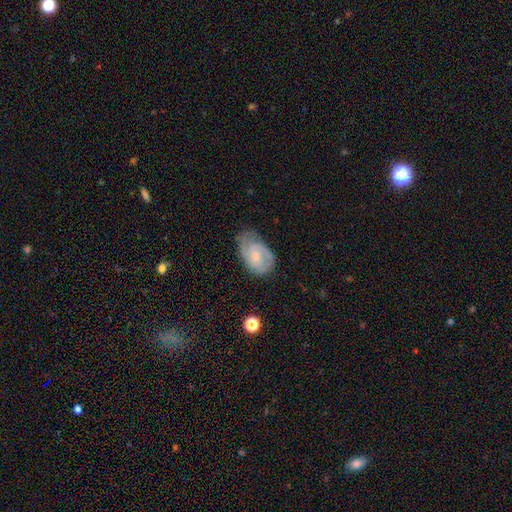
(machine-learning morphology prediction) Smooth or featured?
  - featured or disk: 68% *
  - smooth: 26%
  - star or artifact: 6%
Edge-on disk?
  - no: 97% *
  - yes: 3%
Bar?
  - no: 58% *
  - weak: 37%
  - strong: 5%
Spiral arms?
  - yes: 90% *
  - no: 10%
Spiral winding?
  - tight: 49% *
  - medium: 39%
  - loose: 12%
Spiral arm count?
  - 2: 54% *
  - can't tell: 23%
  - 1: 11%
  - 3: 9%
  - 4: 2%
  - more than 4: 2%
Bulge size?
  - small: 55% *
  - moderate: 35%
  - none: 7%
  - large: 2%
  - dominant: 1%
Merging?
  - none: 57% *
  - minor disturbance: 30%
  - major disturbance: 11%
  - merger: 2%